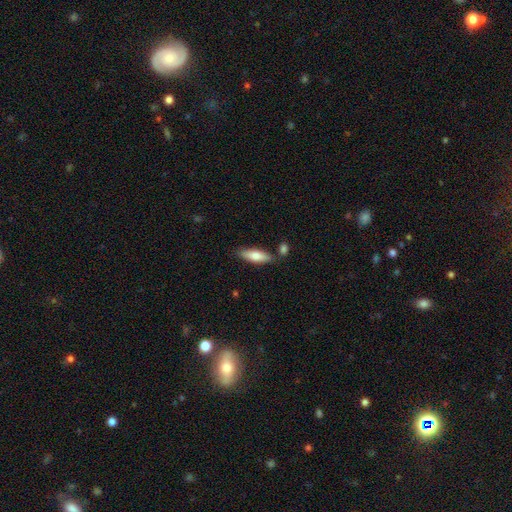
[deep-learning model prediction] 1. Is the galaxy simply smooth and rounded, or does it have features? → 71% smooth, 24% featured or disk, 6% star or artifact.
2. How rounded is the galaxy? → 51% in between, 47% cigar-shaped, 2% round.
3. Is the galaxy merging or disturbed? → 78% none, 12% minor disturbance, 8% merger, 2% major disturbance.